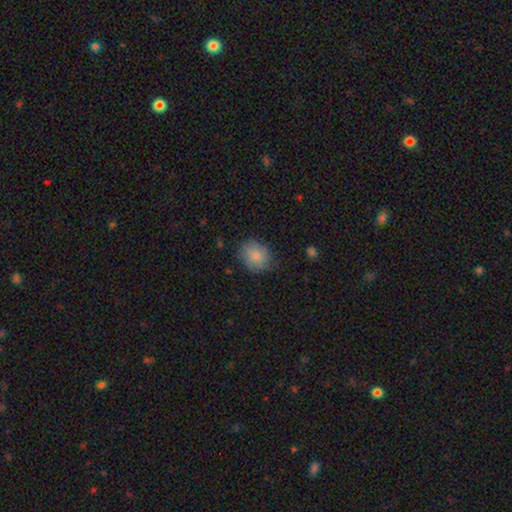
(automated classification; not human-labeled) The model was most divided on "how rounded": round: 65%, in between: 34%, cigar-shaped: 1%. More confident: smooth or featured — smooth (78%); merging — none (71%).